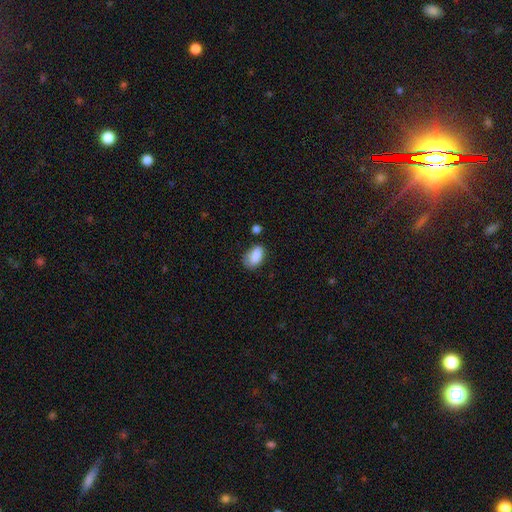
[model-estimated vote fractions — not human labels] Overall: smooth (86%). How rounded: in between (90%). Merging: none (59%; minor disturbance 29%).